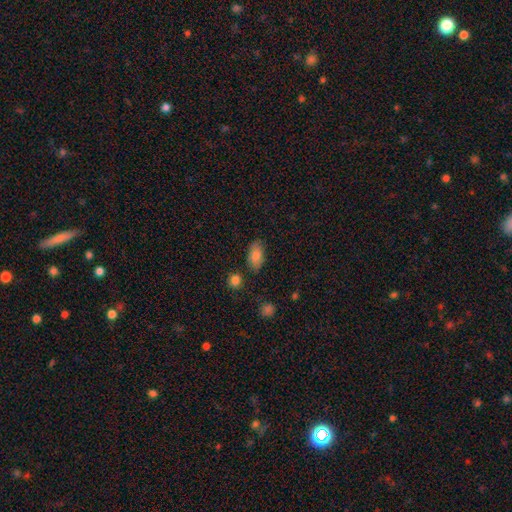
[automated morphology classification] Overall: smooth (81%). How rounded: in between (90%). Merging: none (81%).